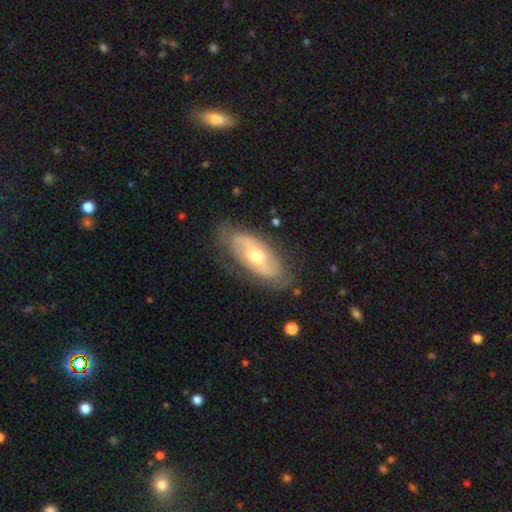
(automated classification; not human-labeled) Smooth or featured? Predicted: featured or disk (p=0.69). Edge-on disk? Predicted: no (p=0.87). Bar? Predicted: no (p=0.61). Spiral arms? Predicted: yes (p=0.59). Bulge size? Predicted: moderate (p=0.70). Merging? Predicted: none (p=0.77).